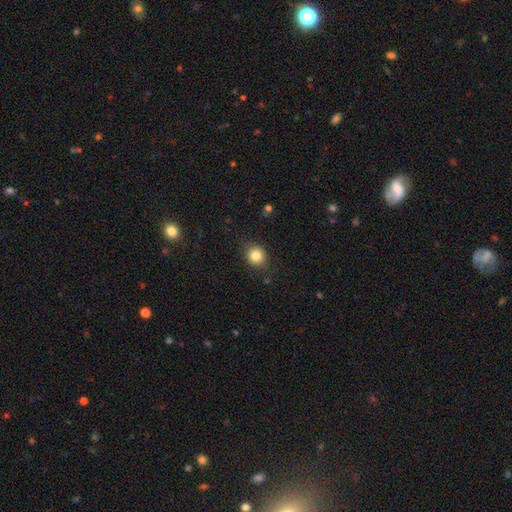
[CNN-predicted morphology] type=smooth (82%); roundness=round (81%); merging=none (84%).